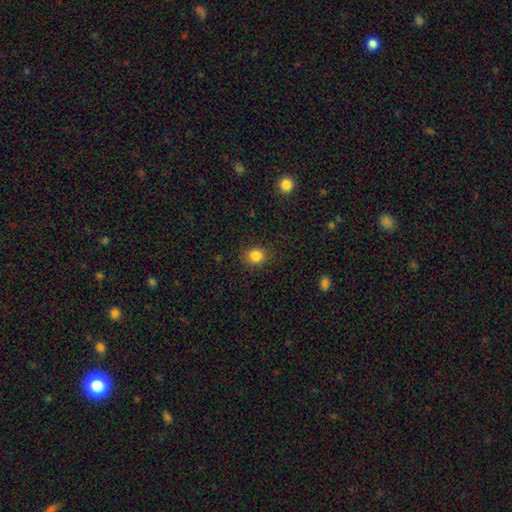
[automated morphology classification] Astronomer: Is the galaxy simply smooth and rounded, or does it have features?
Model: smooth — 85%.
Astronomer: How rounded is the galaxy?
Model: round — 73%.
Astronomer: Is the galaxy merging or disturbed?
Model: none — 85%.